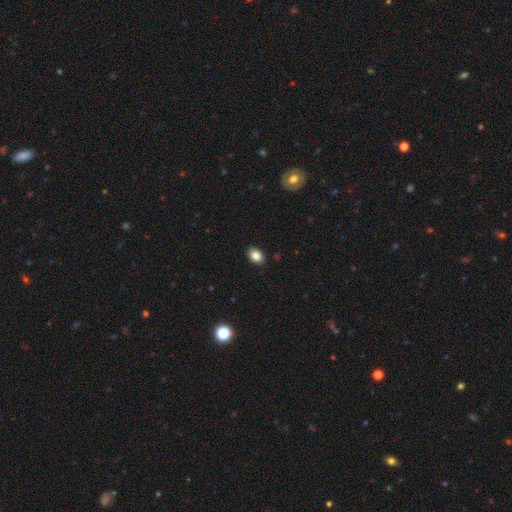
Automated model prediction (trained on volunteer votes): Q: Smooth or featured?
A: smooth (85%); runner-up: star or artifact (9%)
Q: How rounded?
A: in between (76%); runner-up: round (23%)
Q: Merging?
A: none (89%); runner-up: minor disturbance (8%)